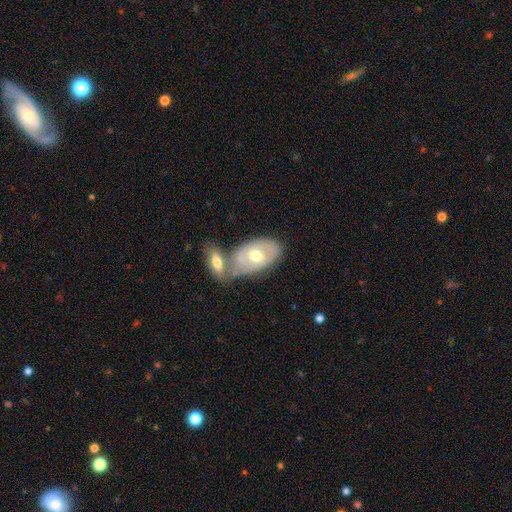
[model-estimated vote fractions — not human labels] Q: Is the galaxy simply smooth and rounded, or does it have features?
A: featured or disk — 57%.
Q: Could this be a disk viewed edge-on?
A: no — 90%.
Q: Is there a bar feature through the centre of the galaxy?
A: no — 65%.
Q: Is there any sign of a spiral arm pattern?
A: yes — 51%.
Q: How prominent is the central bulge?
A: moderate — 77%.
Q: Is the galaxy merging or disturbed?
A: merger — 47%.